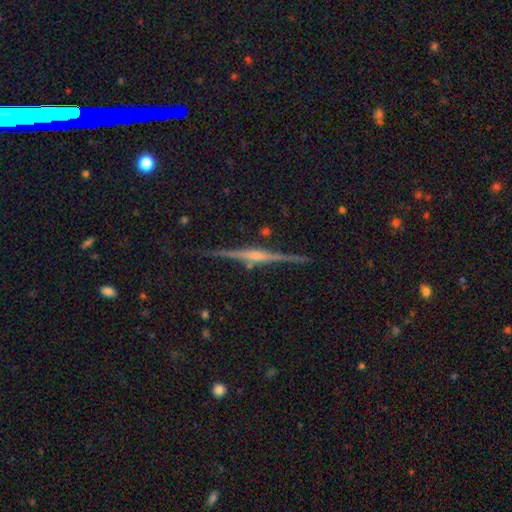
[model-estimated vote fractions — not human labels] The model was most divided on "edge-on bulge": rounded: 74%, boxy: 15%, none: 11%. More confident: edge-on disk — yes (98%); merging — none (89%); smooth or featured — featured or disk (86%).